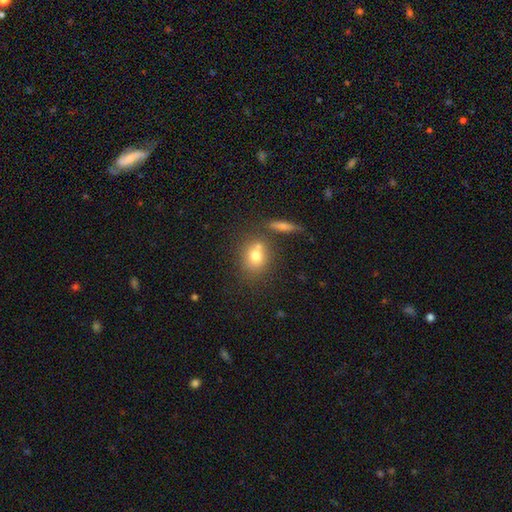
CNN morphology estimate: Q: Smooth or featured?
A: smooth (74%); runner-up: featured or disk (15%)
Q: How rounded?
A: round (64%); runner-up: in between (34%)
Q: Merging?
A: none (56%); runner-up: merger (28%)